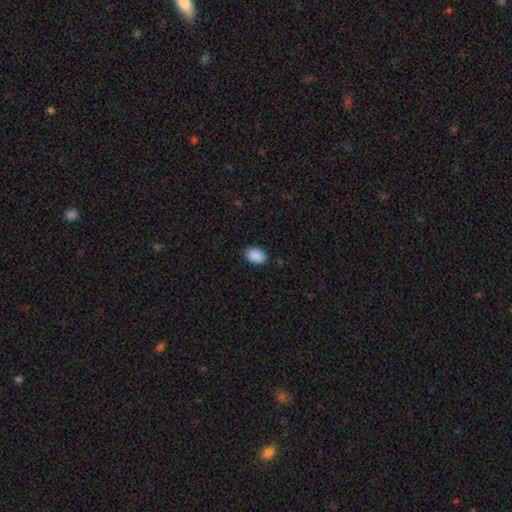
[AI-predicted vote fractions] A smooth galaxy with no disk features (90%) that is in between round and cigar-shaped (87%). Merging: none (87%).